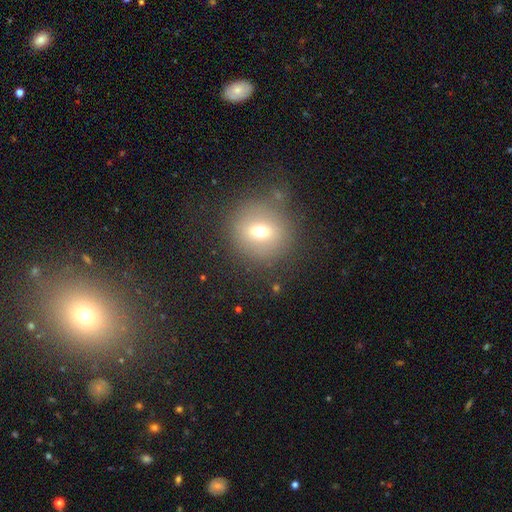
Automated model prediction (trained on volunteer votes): A smooth galaxy with no disk features (61%) that is round (88%).

Vote fractions:
- Smooth or featured? smooth: 61% / featured or disk: 21% / star or artifact: 19%
- How rounded? round: 88% / in between: 11% / cigar-shaped: 1%
- Merging? none: 80% / minor disturbance: 11% / major disturbance: 5% / merger: 4%